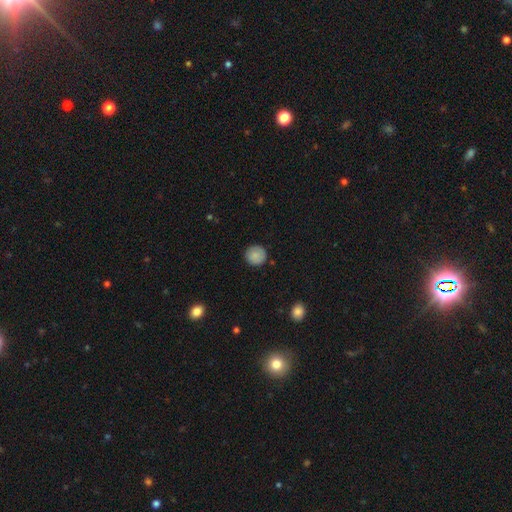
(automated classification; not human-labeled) A smooth galaxy with no disk features (85%) that is round (93%).

Vote fractions:
- Smooth or featured? smooth: 85% / star or artifact: 8% / featured or disk: 7%
- How rounded? round: 93% / in between: 6% / cigar-shaped: 1%
- Merging? none: 87% / minor disturbance: 10% / major disturbance: 2% / merger: 1%